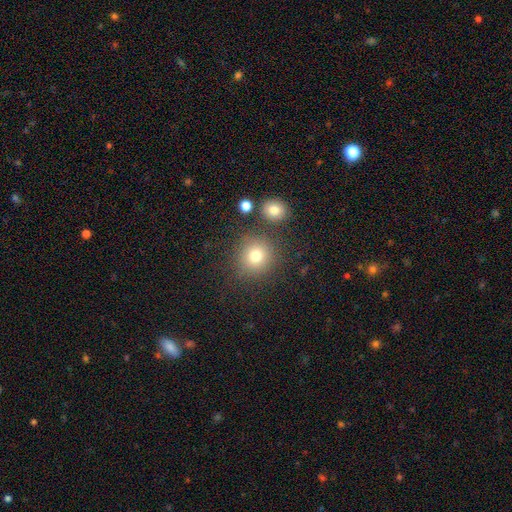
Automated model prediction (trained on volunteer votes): Overall: smooth (77%). How rounded: round (89%). Merging: none (81%).